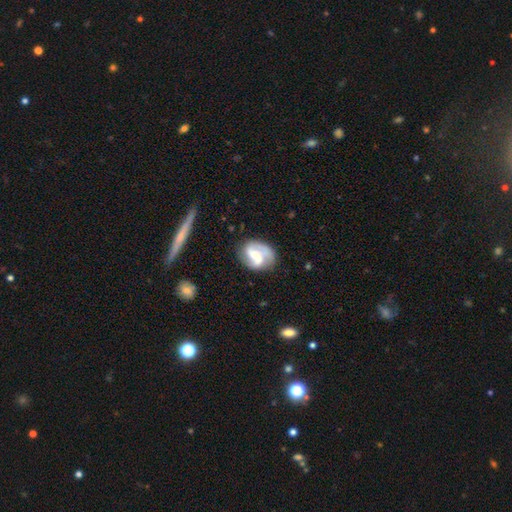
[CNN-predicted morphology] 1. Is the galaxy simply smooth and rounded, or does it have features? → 70% featured or disk, 24% smooth, 6% star or artifact.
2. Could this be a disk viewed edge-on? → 97% no, 3% yes.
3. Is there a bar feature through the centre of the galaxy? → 45% weak, 28% no, 27% strong.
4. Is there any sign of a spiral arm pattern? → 89% yes, 11% no.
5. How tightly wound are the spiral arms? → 44% medium, 31% loose, 25% tight.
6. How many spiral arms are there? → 76% 2, 9% can't tell, 9% 1, 4% 3, 1% 4, 1% more than 4.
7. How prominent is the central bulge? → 36% small (tied), 36% moderate (tied), 16% none, 10% large, 2% dominant.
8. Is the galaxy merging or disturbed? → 62% none, 22% minor disturbance, 11% major disturbance, 5% merger.